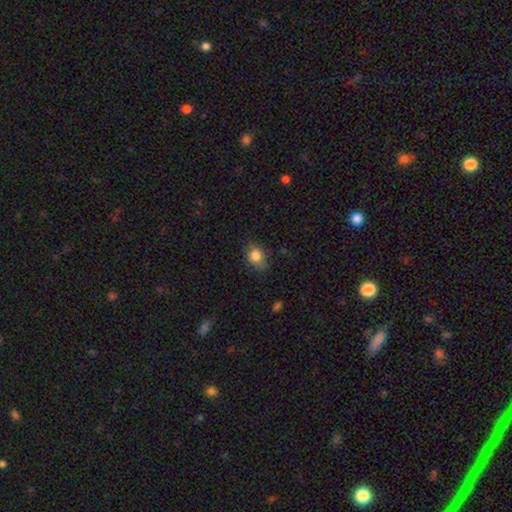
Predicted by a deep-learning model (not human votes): A smooth galaxy with no disk features (83%) that is in between round and cigar-shaped (52%).

Vote fractions:
- Smooth or featured? smooth: 83% / star or artifact: 10% / featured or disk: 7%
- How rounded? in between: 52% / round: 47% / cigar-shaped: 1%
- Merging? none: 74% / minor disturbance: 20% / major disturbance: 4% / merger: 1%